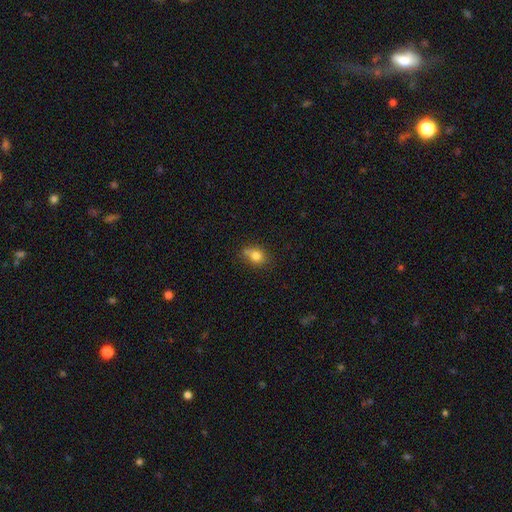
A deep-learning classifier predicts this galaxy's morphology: A smooth galaxy with no disk features (80%) that is round (54%). Merging: none (58%).